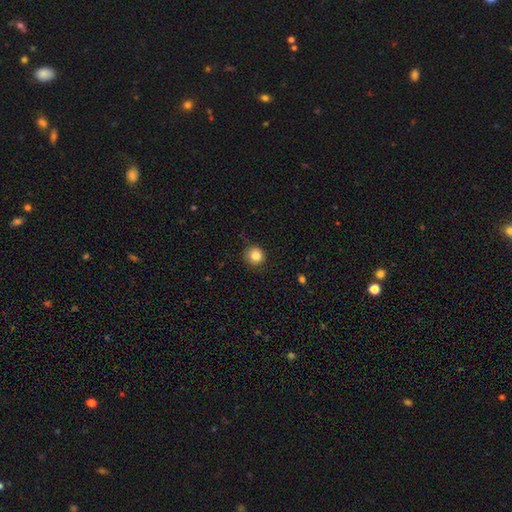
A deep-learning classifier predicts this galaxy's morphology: Overall: smooth (83%). How rounded: round (93%). Merging: none (87%).